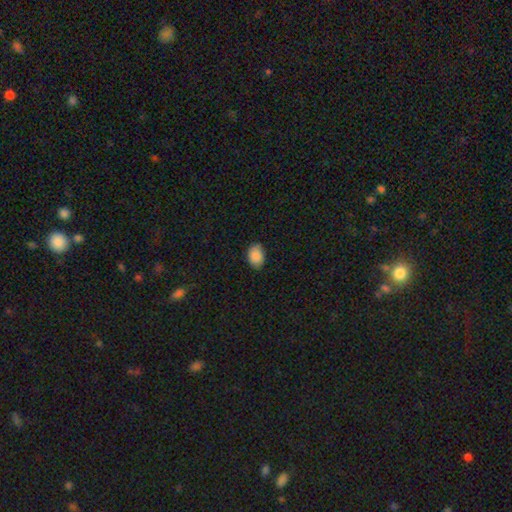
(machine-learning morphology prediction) The model was most divided on "how rounded": in between: 80%, round: 19%, cigar-shaped: 1%. More confident: smooth or featured — smooth (88%); merging — none (81%).